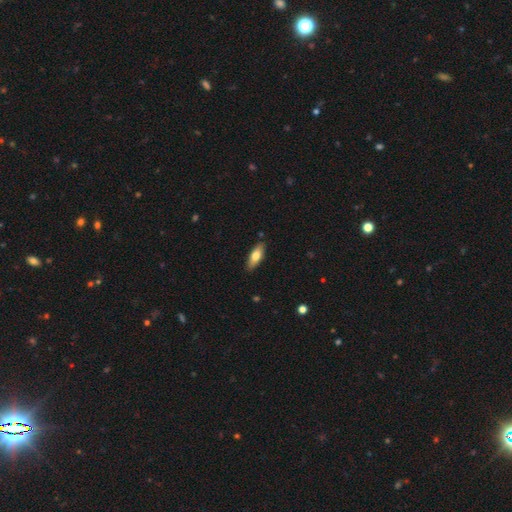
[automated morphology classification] type=smooth (73%); roundness=in between (68%); merging=none (86%).